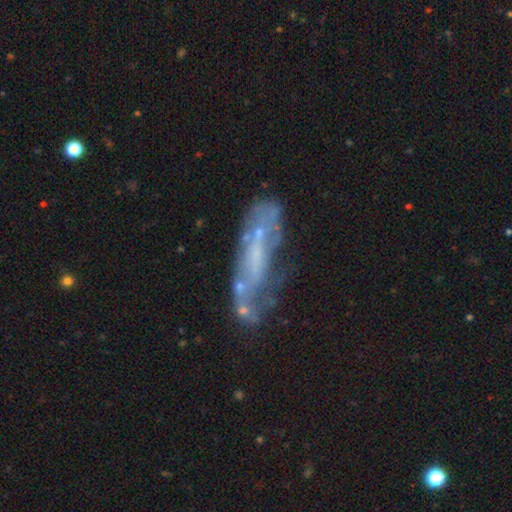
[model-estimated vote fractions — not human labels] Q: Smooth or featured?
A: featured or disk (65%); runner-up: smooth (23%)
Q: Edge-on disk?
A: no (75%); runner-up: yes (25%)
Q: Merging?
A: none (50%); runner-up: minor disturbance (23%)